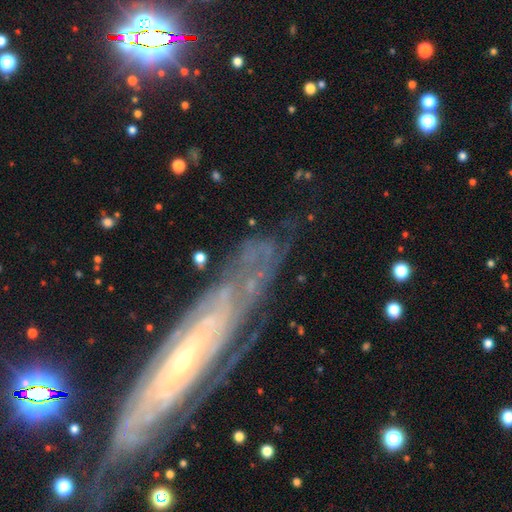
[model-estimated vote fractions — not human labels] The model was most divided on "spiral arm count": can't tell: 43%, 2: 23%, 3: 12%, 4: 8%, 1: 7%, more than 4: 7%. More confident: spiral arms — yes (87%); edge-on disk — no (85%); smooth or featured — featured or disk (77%); spiral winding — tight (64%); merging — none (62%); bulge size — small (61%); bar — no (55%).